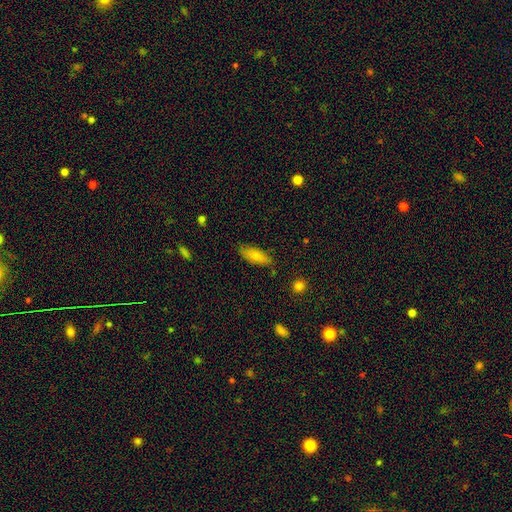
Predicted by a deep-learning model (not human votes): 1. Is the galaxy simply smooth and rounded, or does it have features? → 79% smooth, 13% featured or disk, 7% star or artifact.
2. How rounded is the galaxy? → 74% in between, 24% cigar-shaped, 2% round.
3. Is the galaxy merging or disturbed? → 80% none, 15% minor disturbance, 3% major disturbance, 2% merger.